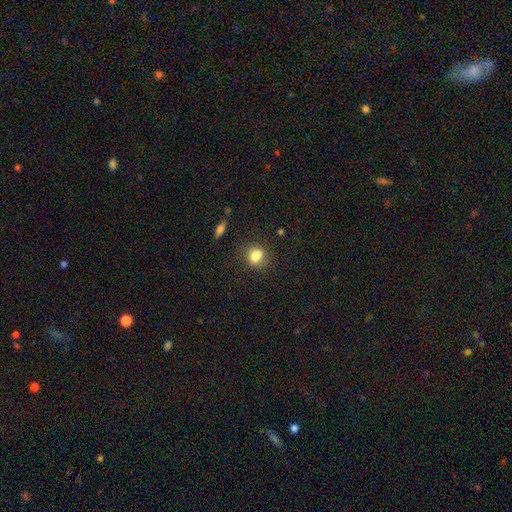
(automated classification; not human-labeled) Smooth or featured? smooth (81%)
How rounded? round (50%)
Merging? none (67%)